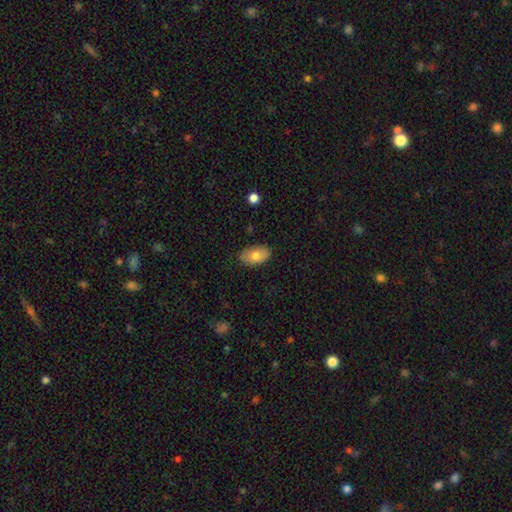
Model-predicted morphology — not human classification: Smooth or featured? Predicted: smooth (p=0.76). How rounded? Predicted: in between (p=0.92). Merging? Predicted: none (p=0.83).